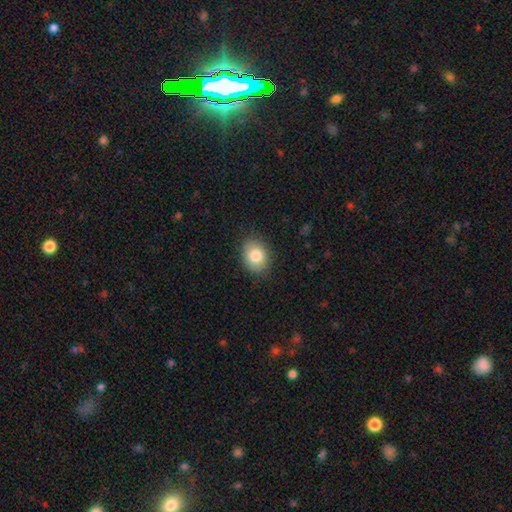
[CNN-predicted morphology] Smooth or featured? smooth (82%)
How rounded? in between (52%)
Merging? none (83%)